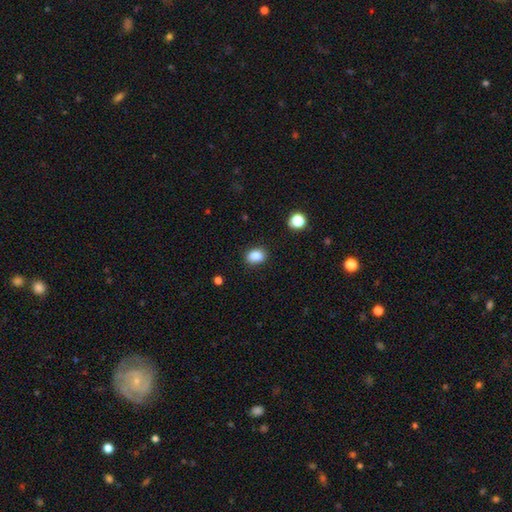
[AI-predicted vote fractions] Overall: smooth (85%). How rounded: in between (64%; round 35%). Merging: none (85%).